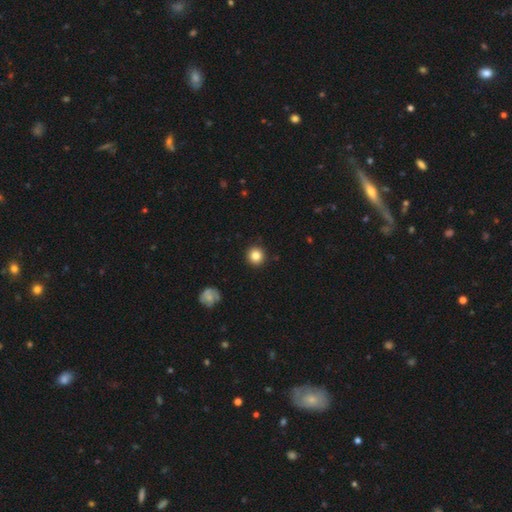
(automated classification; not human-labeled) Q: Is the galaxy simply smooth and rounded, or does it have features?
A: smooth — 84%.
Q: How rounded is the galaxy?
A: round — 95%.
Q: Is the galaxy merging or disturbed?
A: none — 92%.